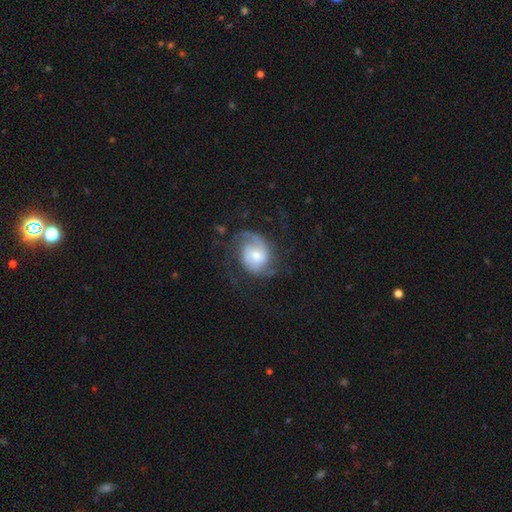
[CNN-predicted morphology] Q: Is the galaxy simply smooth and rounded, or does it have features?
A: featured or disk — 73%.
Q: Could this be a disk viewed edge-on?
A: no — 97%.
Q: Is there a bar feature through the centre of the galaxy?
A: no — 62%.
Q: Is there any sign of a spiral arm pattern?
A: yes — 91%.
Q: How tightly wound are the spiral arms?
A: medium — 44%.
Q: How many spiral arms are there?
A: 2 — 62%.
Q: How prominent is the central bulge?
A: moderate — 45%.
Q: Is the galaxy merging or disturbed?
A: none — 56%.